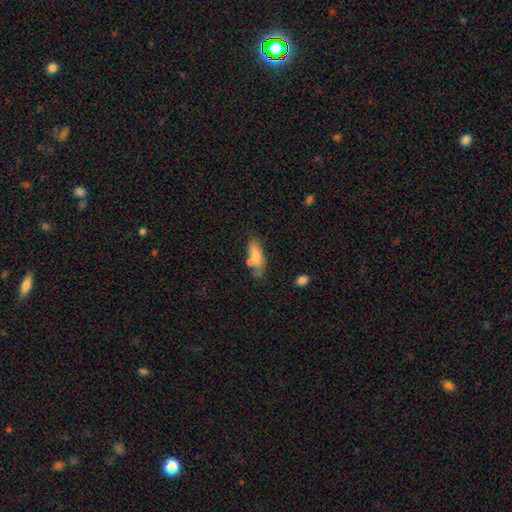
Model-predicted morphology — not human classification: Overall: smooth (71%). How rounded: in between (63%; cigar-shaped 35%). Merging: none (56%; minor disturbance 23%).